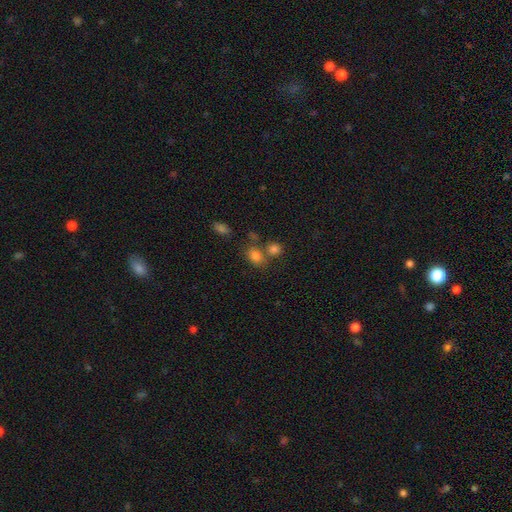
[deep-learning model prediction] Smooth or featured? Predicted: smooth (p=0.79). How rounded? Predicted: in between (p=0.51). Merging? Predicted: none (p=0.57).